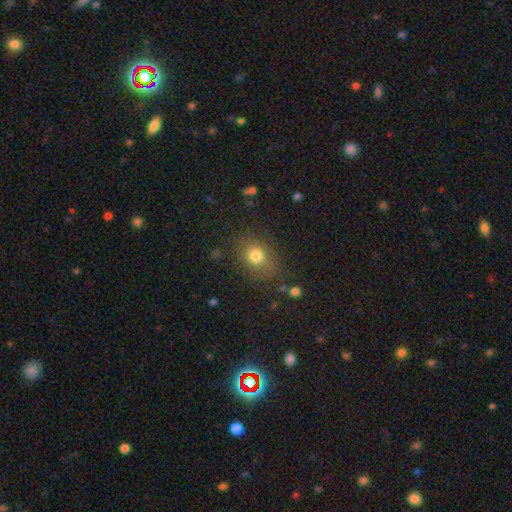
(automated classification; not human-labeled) smooth_or_featured: smooth (p=0.77) [alt: star or artifact p=0.14]
how_rounded: round (p=0.55) [alt: in between p=0.44]
merging: none (p=0.78) [alt: minor disturbance p=0.14]